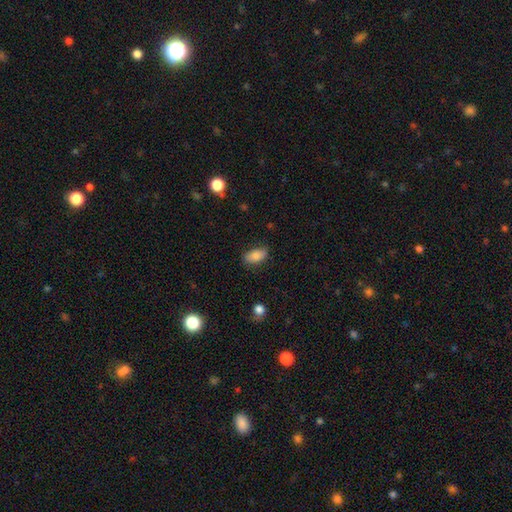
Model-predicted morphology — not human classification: smooth 84%, star or artifact 8%, featured or disk 8%. Down the decision tree: how rounded — in between (91%); merging — none (80%).